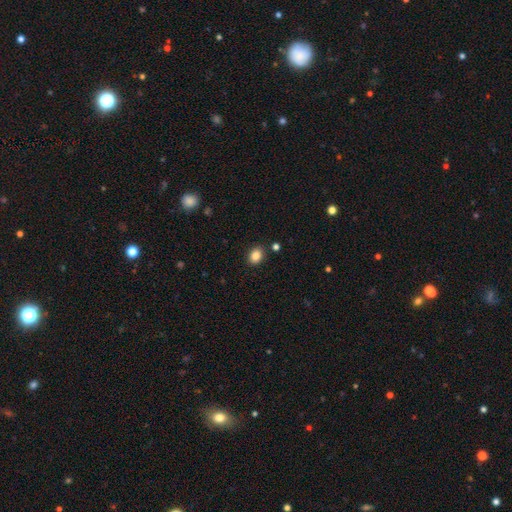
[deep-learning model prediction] smooth 85%, star or artifact 10%, featured or disk 5%. Down the decision tree: how rounded — in between (60%); merging — none (87%).